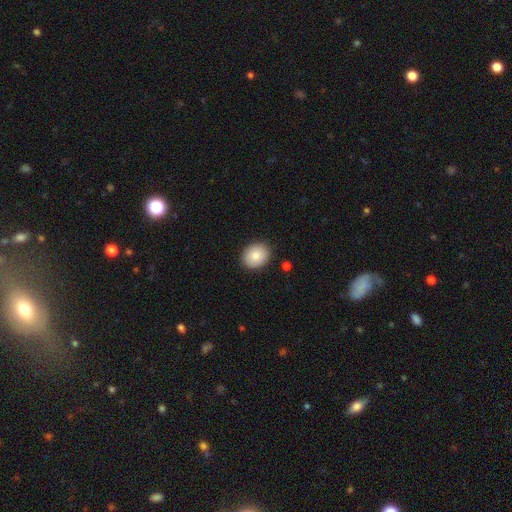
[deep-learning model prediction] A smooth galaxy with no disk features (85%) that is round (53%). Merging: none (89%).